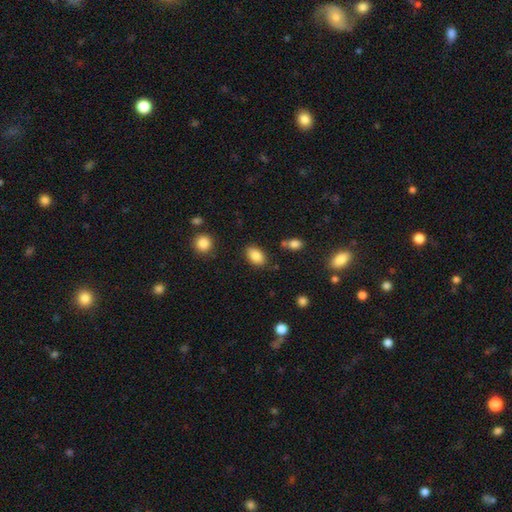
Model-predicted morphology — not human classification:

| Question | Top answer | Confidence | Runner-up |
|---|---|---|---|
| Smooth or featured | smooth | 86% | star or artifact (8%) |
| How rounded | in between | 88% | round (11%) |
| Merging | none | 81% | minor disturbance (12%) |